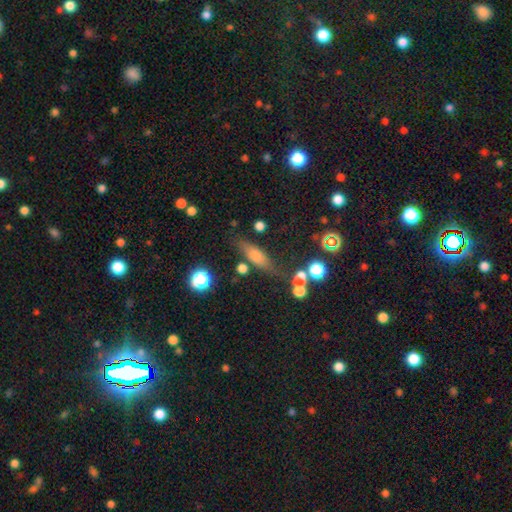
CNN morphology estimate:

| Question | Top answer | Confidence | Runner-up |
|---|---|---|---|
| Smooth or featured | smooth | 61% | featured or disk (24%) |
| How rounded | cigar-shaped | 51% | in between (42%) |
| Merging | none | 68% | minor disturbance (17%) |